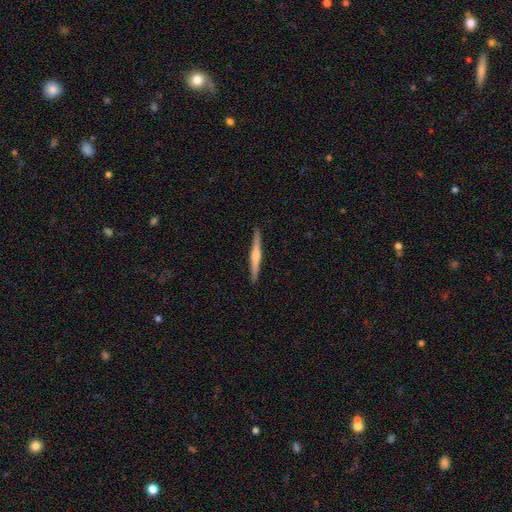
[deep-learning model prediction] Overall: featured or disk (65%; smooth 29%). Edge-on disk: yes (98%). Edge-on bulge: rounded (78%). Merging: none (92%).